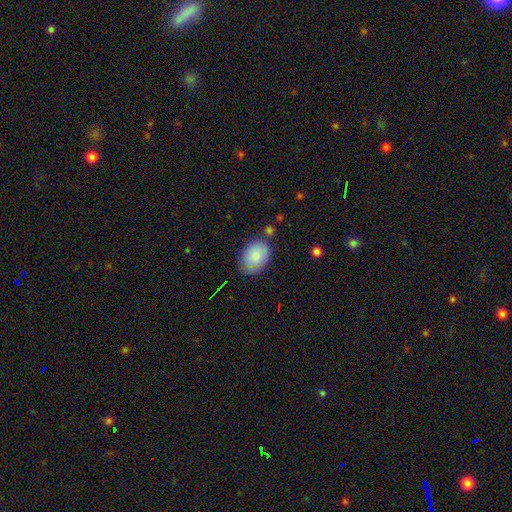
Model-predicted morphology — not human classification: Overall: smooth (81%). How rounded: in between (78%). Merging: none (69%).